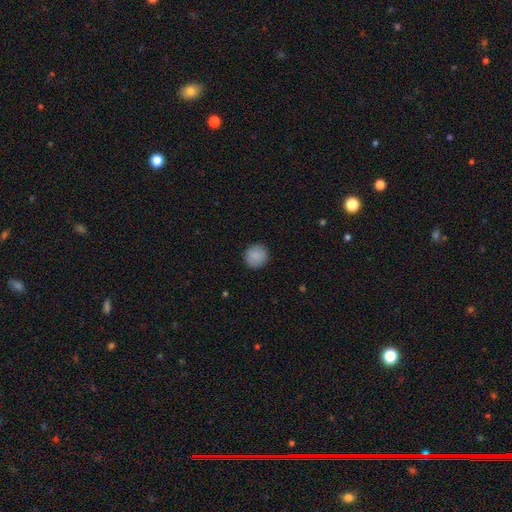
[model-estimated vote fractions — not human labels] A smooth galaxy with no disk features (89%) that is round (92%).

Vote fractions:
- Smooth or featured? smooth: 89% / star or artifact: 7% / featured or disk: 4%
- How rounded? round: 92% / in between: 7% / cigar-shaped: 1%
- Merging? none: 91% / minor disturbance: 6% / major disturbance: 2% / merger: 1%